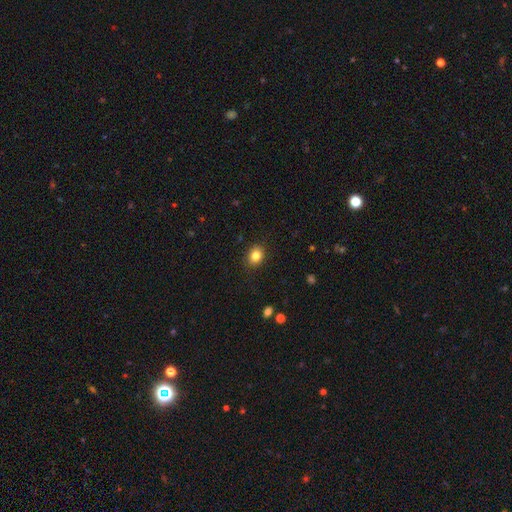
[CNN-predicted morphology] type=smooth (84%); roundness=round (56%); merging=none (87%).